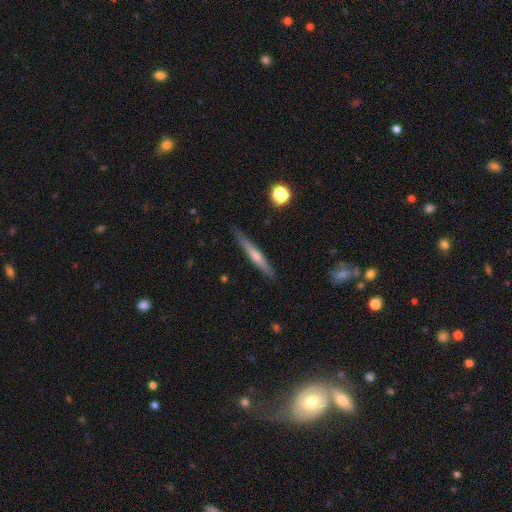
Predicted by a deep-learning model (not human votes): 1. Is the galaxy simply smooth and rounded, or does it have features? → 50% featured or disk, 43% smooth, 6% star or artifact.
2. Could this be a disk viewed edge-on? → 96% yes, 4% no.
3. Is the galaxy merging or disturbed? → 86% none, 10% minor disturbance, 2% major disturbance, 1% merger.